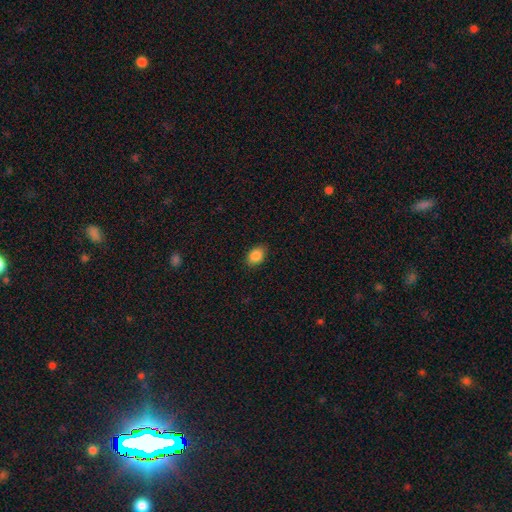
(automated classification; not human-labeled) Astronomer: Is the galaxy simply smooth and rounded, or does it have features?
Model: smooth — 87%.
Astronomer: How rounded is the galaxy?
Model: in between — 81%.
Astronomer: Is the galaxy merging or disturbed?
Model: none — 87%.